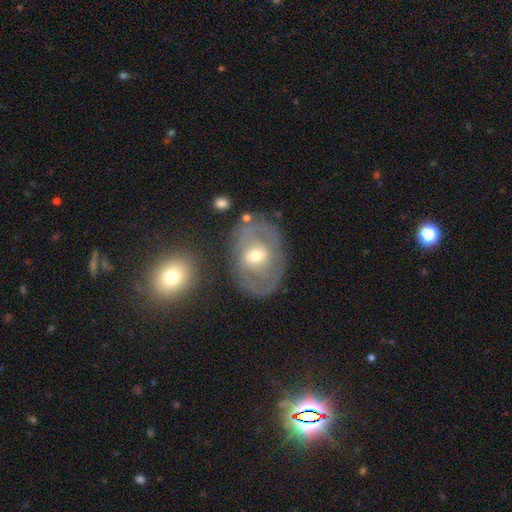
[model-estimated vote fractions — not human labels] This appears to be a featured or disk galaxy (63%) with a weak bar (42%, tied with no), spiral arms (51%) and a moderate central bulge (68%). Merging: none (67%).